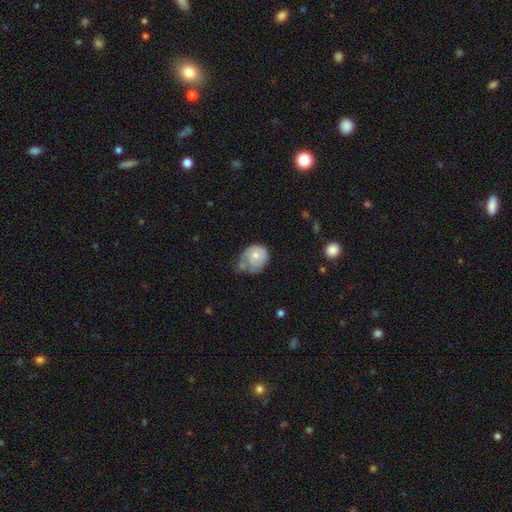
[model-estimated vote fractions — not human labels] Smooth or featured? Predicted: smooth (p=0.58). How rounded? Predicted: round (p=0.64). Merging? Predicted: minor disturbance (p=0.36).